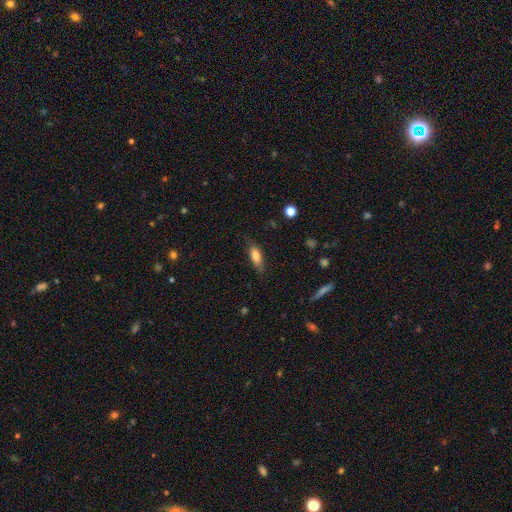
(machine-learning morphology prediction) Smooth or featured: smooth — 77% (featured or disk — 15%)
How rounded: in between — 66% (cigar-shaped — 31%)
Merging: none — 73% (minor disturbance — 20%)